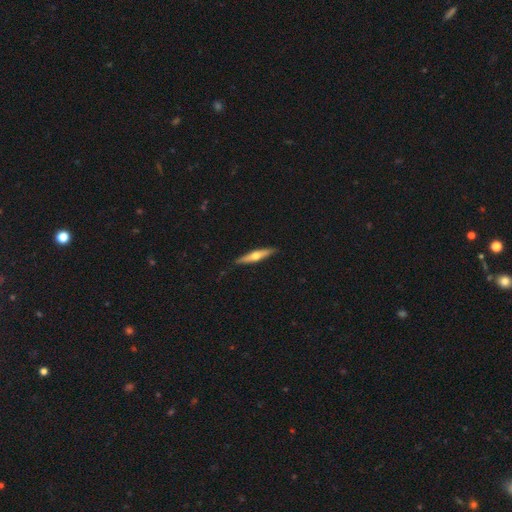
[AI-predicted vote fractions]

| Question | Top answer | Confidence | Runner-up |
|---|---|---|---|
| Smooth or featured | featured or disk | 58% | smooth (37%) |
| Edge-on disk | yes | 95% | no (5%) |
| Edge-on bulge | rounded | 92% | none (5%) |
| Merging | none | 88% | minor disturbance (9%) |